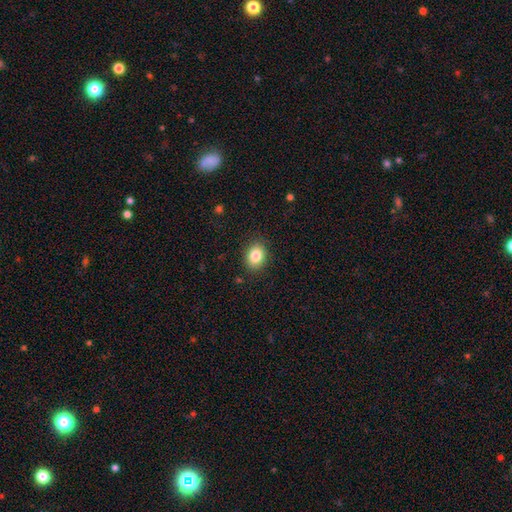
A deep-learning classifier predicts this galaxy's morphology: Smooth or featured? Predicted: smooth (p=0.84). How rounded? Predicted: in between (p=0.62). Merging? Predicted: none (p=0.87).